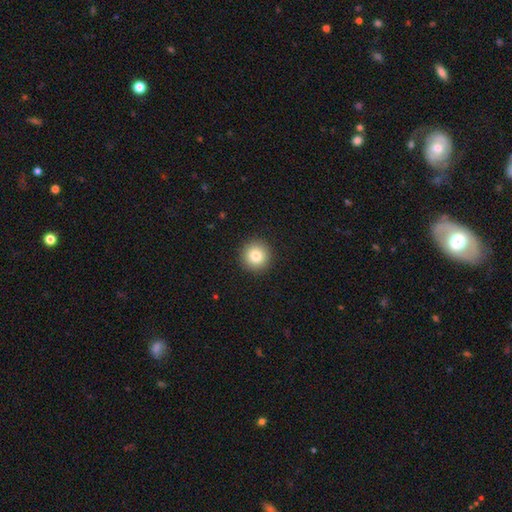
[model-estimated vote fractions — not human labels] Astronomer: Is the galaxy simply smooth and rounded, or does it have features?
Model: smooth — 82%.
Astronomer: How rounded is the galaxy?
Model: round — 95%.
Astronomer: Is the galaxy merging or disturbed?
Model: none — 93%.